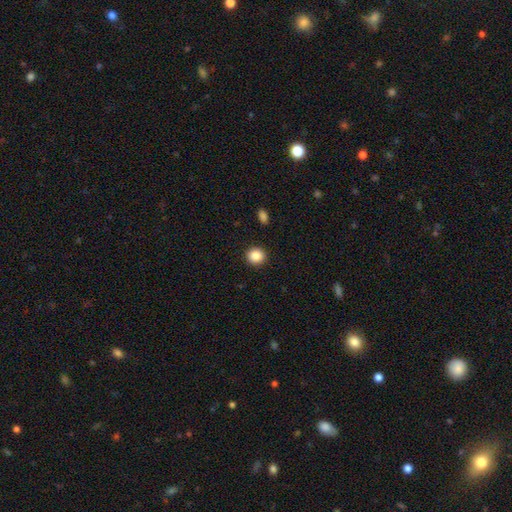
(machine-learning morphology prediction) smooth-or-featured: smooth: 88% | star or artifact: 9% | featured or disk: 3%
  how-rounded: round: 88% | in between: 11% | cigar-shaped: 1%
  merging: none: 92% | minor disturbance: 5% | major disturbance: 2% | merger: 1%